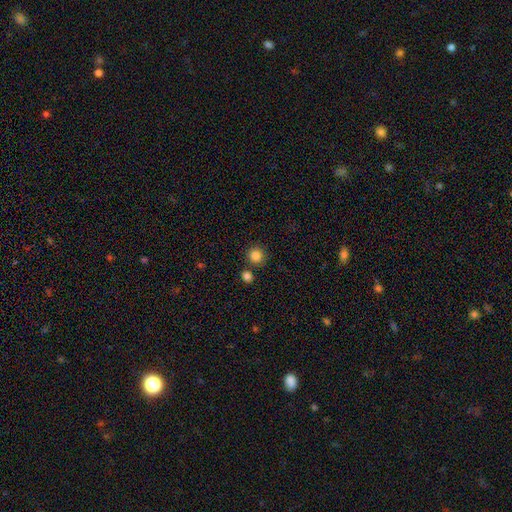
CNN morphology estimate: Smooth or featured?
  - smooth: 85% *
  - star or artifact: 11%
  - featured or disk: 4%
How rounded?
  - round: 92% *
  - in between: 7%
  - cigar-shaped: 1%
Merging?
  - none: 80% *
  - merger: 10%
  - minor disturbance: 7%
  - major disturbance: 2%